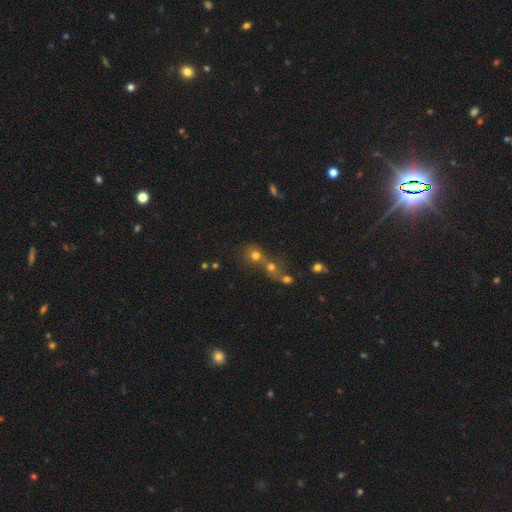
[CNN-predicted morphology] Smooth or featured?
  - smooth: 69% *
  - star or artifact: 19%
  - featured or disk: 13%
How rounded?
  - round: 82% *
  - in between: 16%
  - cigar-shaped: 1%
Merging?
  - merger: 55% *
  - none: 35%
  - minor disturbance: 6%
  - major disturbance: 4%